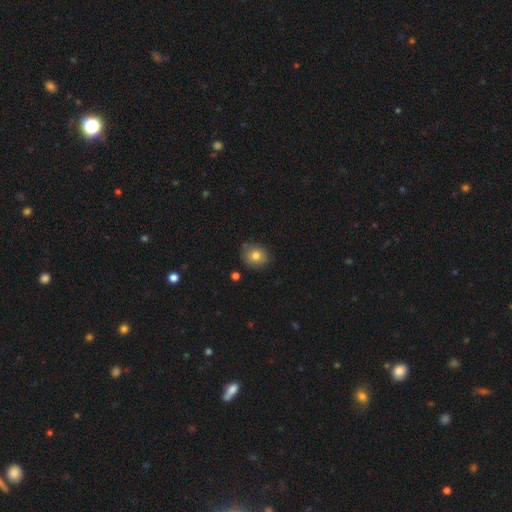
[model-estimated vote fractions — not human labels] Morphology: type=smooth (78%); roundness=round (75%); merging=none (82%).